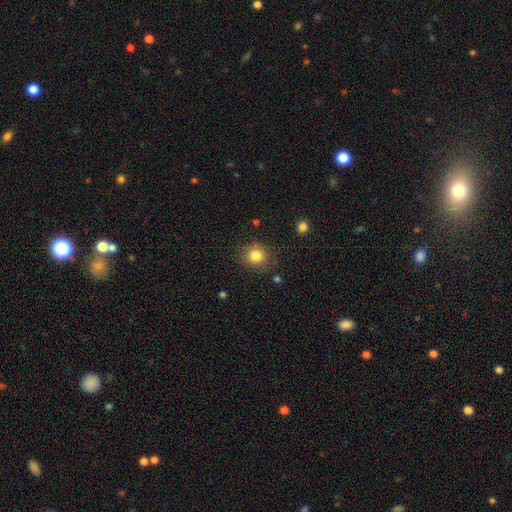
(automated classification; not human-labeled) smooth-or-featured: smooth: 83% | star or artifact: 11% | featured or disk: 6%
  how-rounded: round: 80% | in between: 19% | cigar-shaped: 1%
  merging: none: 81% | minor disturbance: 13% | major disturbance: 4% | merger: 2%